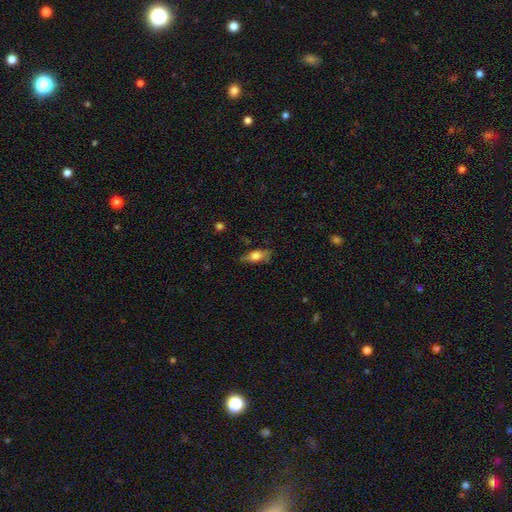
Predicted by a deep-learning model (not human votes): This is likely a smooth galaxy (61%). How rounded: likely in between (69%). Merging: likely none (69%).